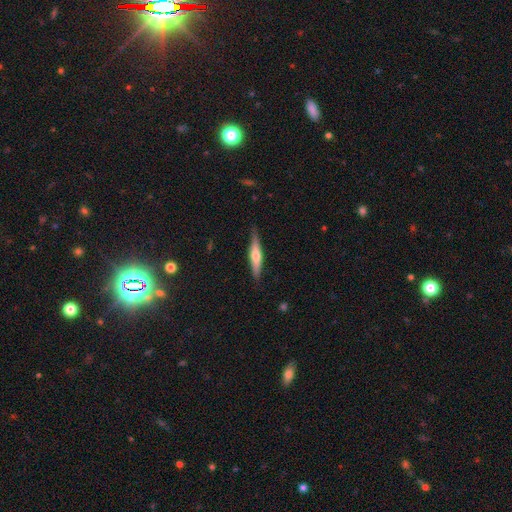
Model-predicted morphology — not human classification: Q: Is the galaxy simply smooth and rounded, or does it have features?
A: featured or disk — 51%.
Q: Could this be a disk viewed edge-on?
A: yes — 95%.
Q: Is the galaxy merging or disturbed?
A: none — 84%.